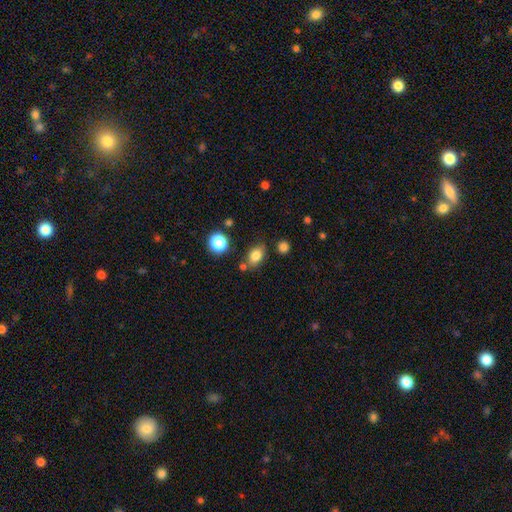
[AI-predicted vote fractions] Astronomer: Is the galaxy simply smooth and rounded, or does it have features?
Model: smooth — 81%.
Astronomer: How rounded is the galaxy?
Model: in between — 73%.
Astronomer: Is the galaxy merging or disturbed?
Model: none — 74%.